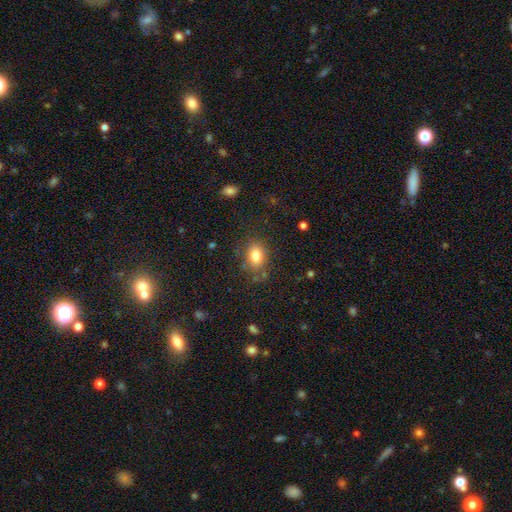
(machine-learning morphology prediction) This appears to be a smooth galaxy with no disk features (82%) that is in between round and cigar-shaped (69%). Merging: none (79%).